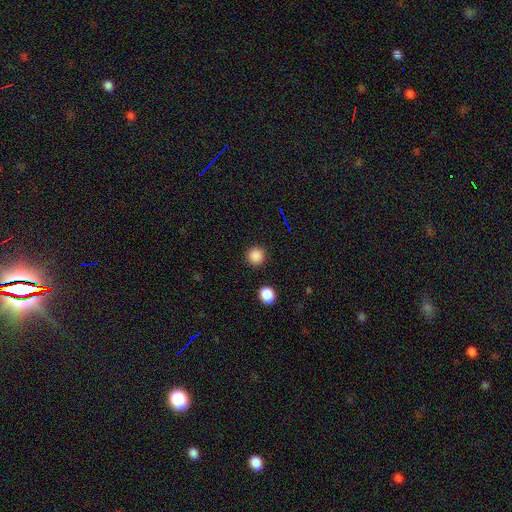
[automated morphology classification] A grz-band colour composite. It shows a smooth galaxy with no disk features (85%) that is round (94%). Merging: none (91%).